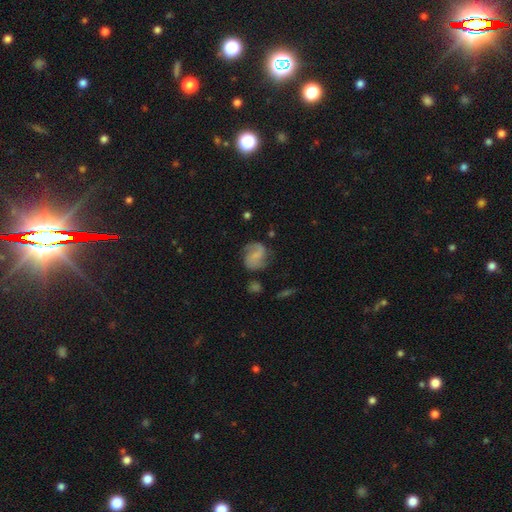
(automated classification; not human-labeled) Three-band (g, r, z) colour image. It shows a featured or disk galaxy (65%) with no bar (45%), 2 (85%) medium (44%) spiral arms (93%) and no central bulge (50%). Merging: none (68%).